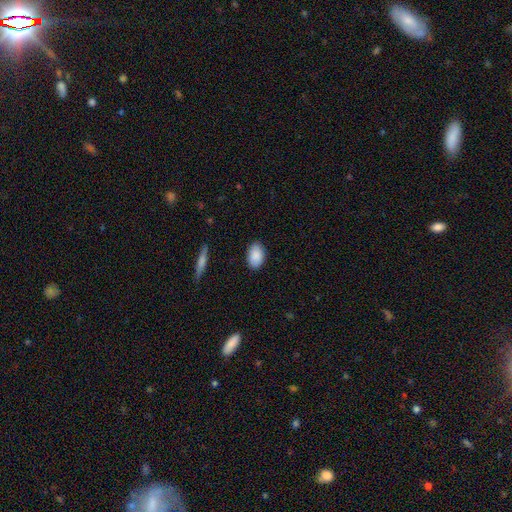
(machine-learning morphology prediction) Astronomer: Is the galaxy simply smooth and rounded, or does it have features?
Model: smooth — 88%.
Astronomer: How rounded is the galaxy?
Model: in between — 91%.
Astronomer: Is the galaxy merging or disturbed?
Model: none — 86%.